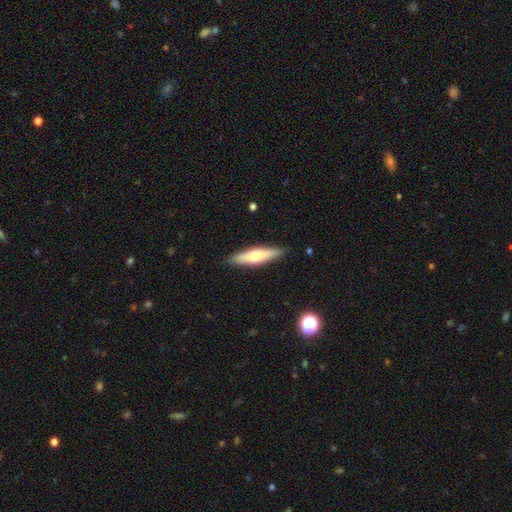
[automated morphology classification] type=smooth (62%); roundness=cigar-shaped (76%); merging=none (88%).